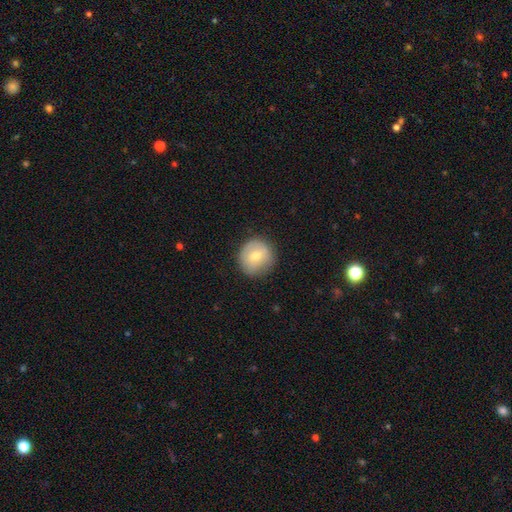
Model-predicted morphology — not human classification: Smooth or featured: smooth — 69% (featured or disk — 23%)
How rounded: round — 92% (in between — 7%)
Merging: none — 81% (minor disturbance — 14%)